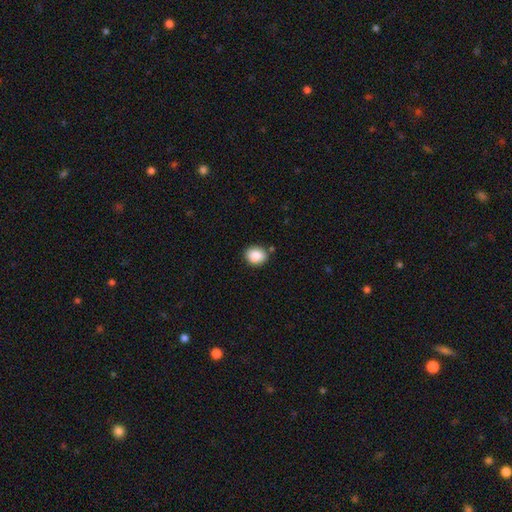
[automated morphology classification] Overall: smooth (87%). How rounded: round (66%; in between 33%). Merging: none (82%).